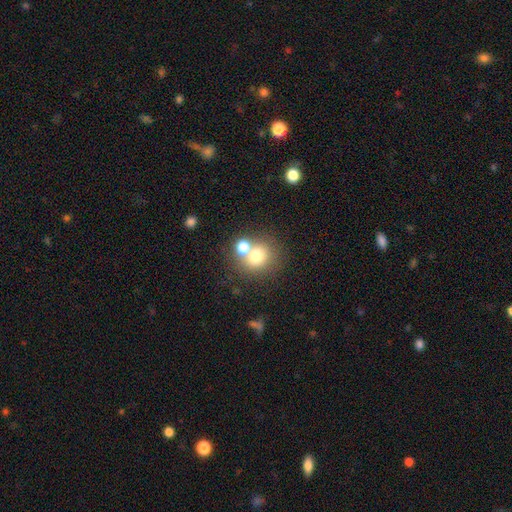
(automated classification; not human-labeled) A smooth galaxy with no disk features (73%) that is round (81%).

Vote fractions:
- Smooth or featured? smooth: 73% / featured or disk: 15% / star or artifact: 13%
- How rounded? round: 81% / in between: 19% / cigar-shaped: 1%
- Merging? none: 46% / merger: 42% / minor disturbance: 8% / major disturbance: 4%